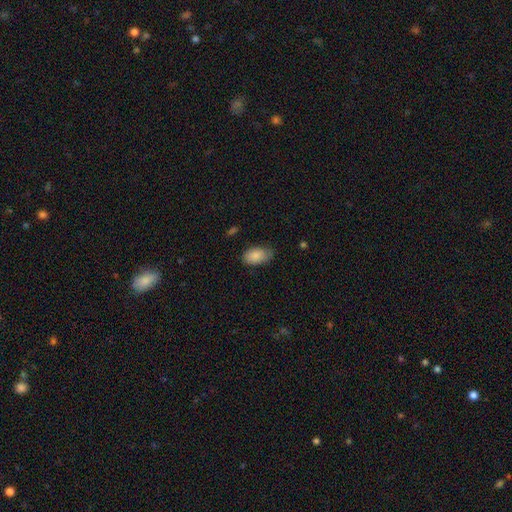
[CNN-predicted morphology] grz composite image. It shows a smooth galaxy with no disk features (86%) that is in between round and cigar-shaped (94%). Merging: none (72%).